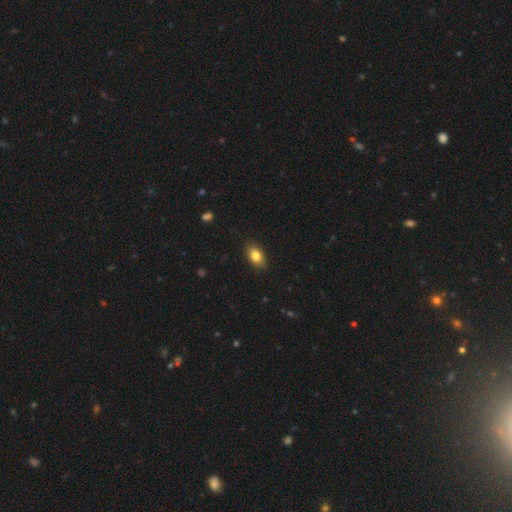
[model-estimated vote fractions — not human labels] Smooth or featured: smooth — 82% (featured or disk — 9%)
How rounded: in between — 85% (round — 13%)
Merging: none — 84% (minor disturbance — 12%)